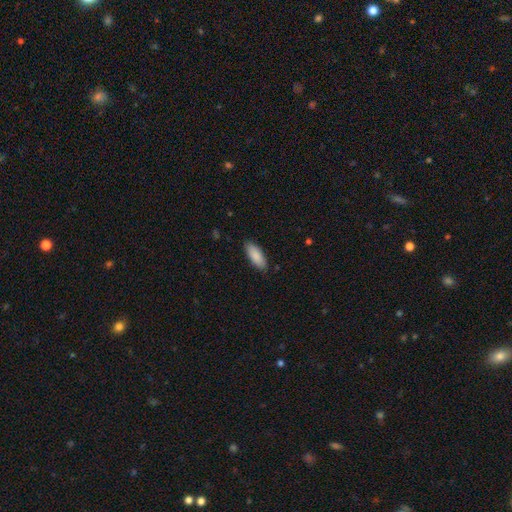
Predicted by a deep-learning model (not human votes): smooth 89%, featured or disk 6%, star or artifact 6%. Down the decision tree: how rounded — in between (75%); merging — none (87%).